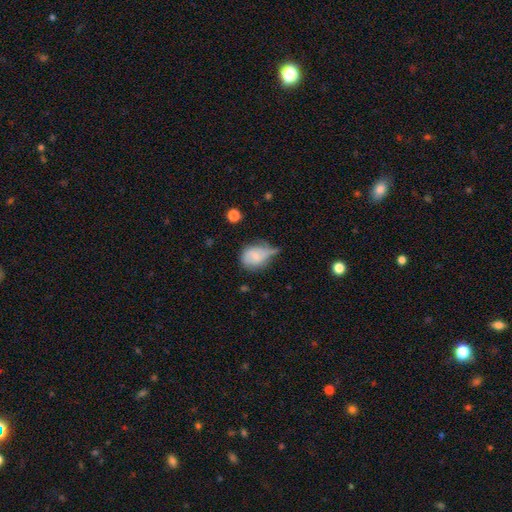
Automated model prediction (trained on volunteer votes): Morphology: type=smooth (62%); roundness=in between (52%); merging=minor disturbance (41%).